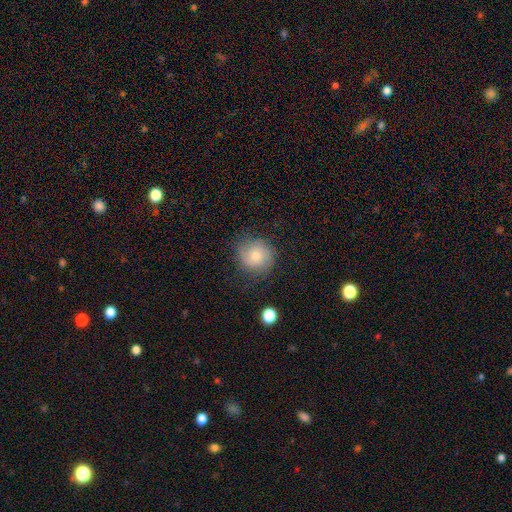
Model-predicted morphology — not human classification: A smooth galaxy with no disk features (65%) that is round (90%). Merging: none (71%).